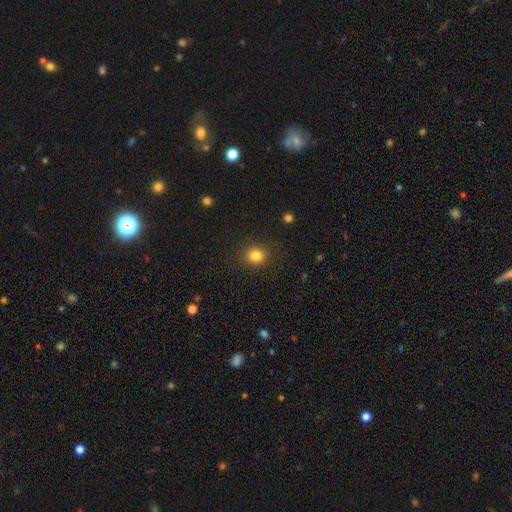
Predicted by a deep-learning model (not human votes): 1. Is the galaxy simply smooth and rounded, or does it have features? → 83% smooth, 12% star or artifact, 5% featured or disk.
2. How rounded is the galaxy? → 83% round, 16% in between, 1% cigar-shaped.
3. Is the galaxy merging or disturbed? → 89% none, 7% minor disturbance, 3% major disturbance, 1% merger.